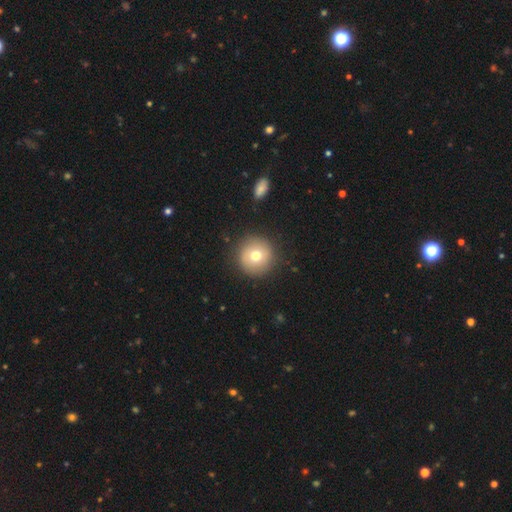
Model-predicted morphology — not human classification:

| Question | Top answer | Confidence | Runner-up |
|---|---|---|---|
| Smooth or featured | smooth | 72% | featured or disk (17%) |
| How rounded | round | 95% | in between (4%) |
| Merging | none | 89% | minor disturbance (7%) |